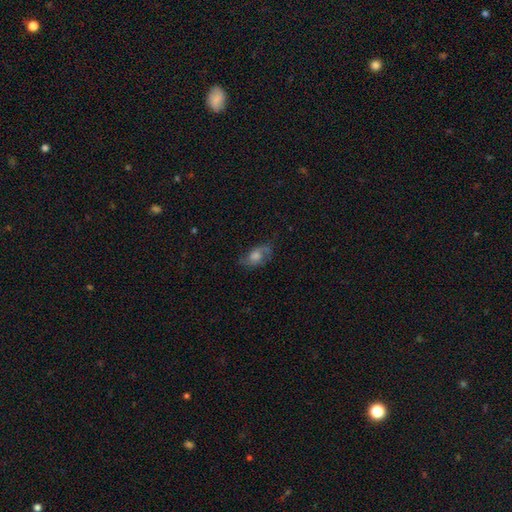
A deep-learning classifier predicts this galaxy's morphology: featured or disk 48%, smooth 39%, star or artifact 13%. Down the decision tree: merging — none (66%).